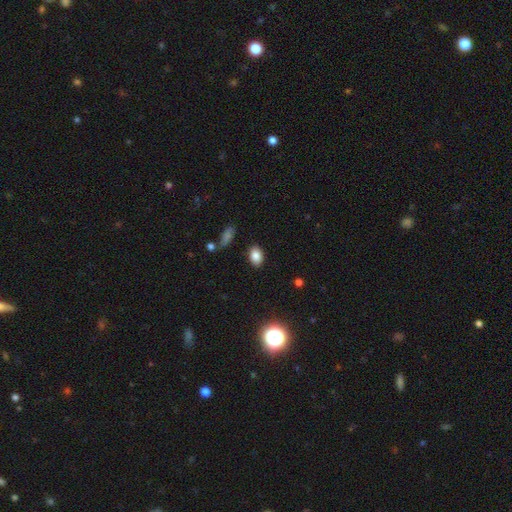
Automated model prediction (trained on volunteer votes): Morphology: type=smooth (83%); roundness=in between (87%); merging=none (87%).